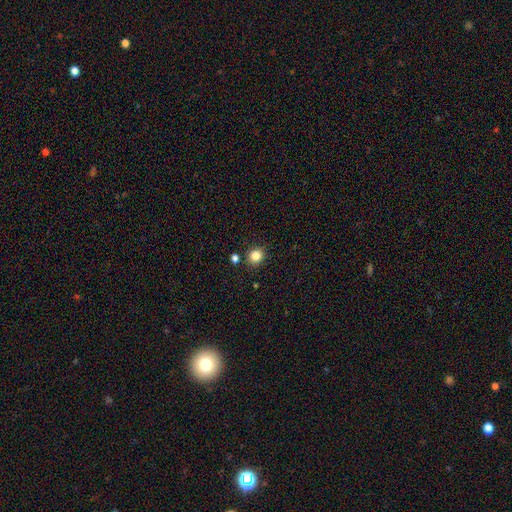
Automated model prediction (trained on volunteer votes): Smooth or featured?
  - smooth: 82% *
  - star or artifact: 13%
  - featured or disk: 5%
How rounded?
  - round: 81% *
  - in between: 19%
  - cigar-shaped: 1%
Merging?
  - none: 85% *
  - minor disturbance: 8%
  - merger: 4%
  - major disturbance: 2%